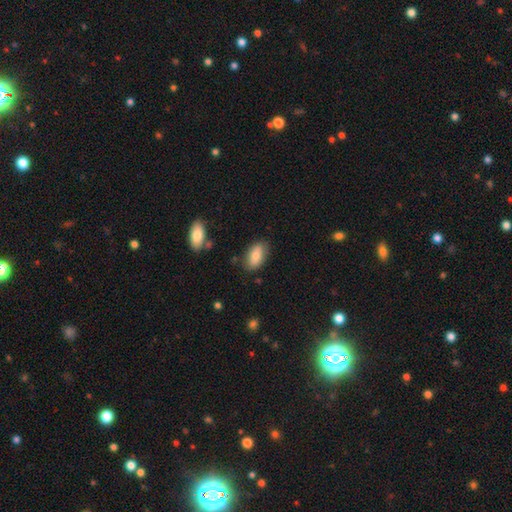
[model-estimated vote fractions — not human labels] Smooth or featured? Predicted: smooth (p=0.79). How rounded? Predicted: in between (p=0.92). Merging? Predicted: none (p=0.77).